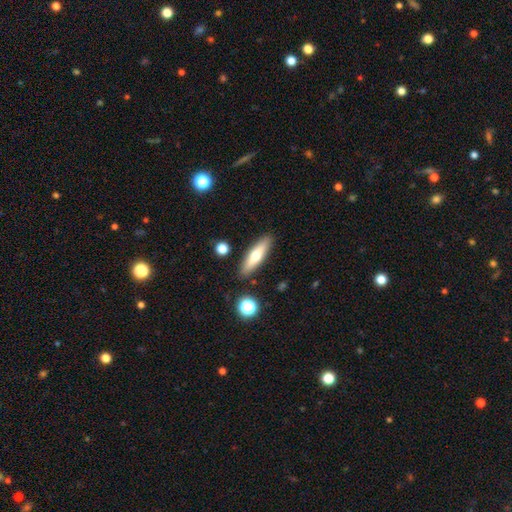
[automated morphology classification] This is possibly a smooth galaxy (58%). How rounded: likely cigar-shaped (67%). Merging: clearly none (87%).